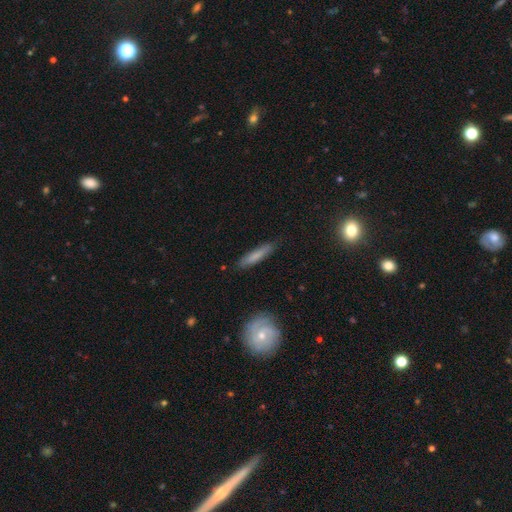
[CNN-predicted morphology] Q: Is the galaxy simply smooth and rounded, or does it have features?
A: smooth — 70%.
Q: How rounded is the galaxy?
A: cigar-shaped — 86%.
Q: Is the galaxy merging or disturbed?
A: none — 84%.